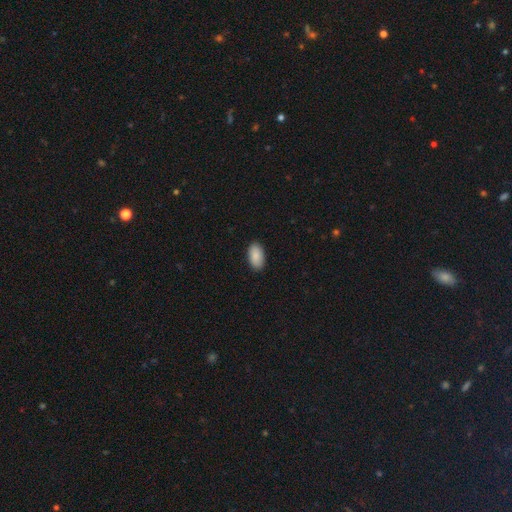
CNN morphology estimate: The model was most divided on "merging": none: 90%, minor disturbance: 7%, major disturbance: 2%, merger: 1%. More confident: how rounded — in between (95%); smooth or featured — smooth (90%).